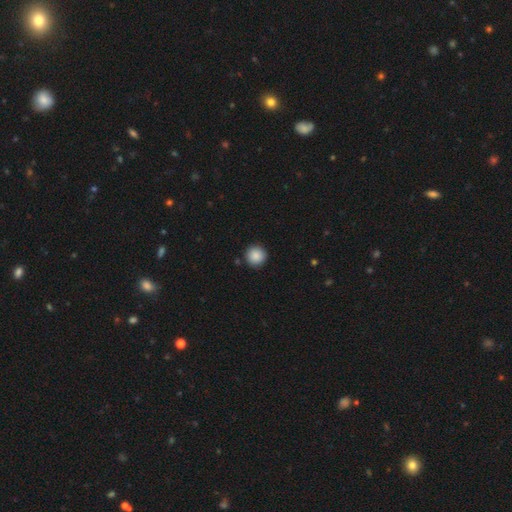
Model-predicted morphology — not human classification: type=smooth (89%); roundness=round (95%); merging=none (91%).